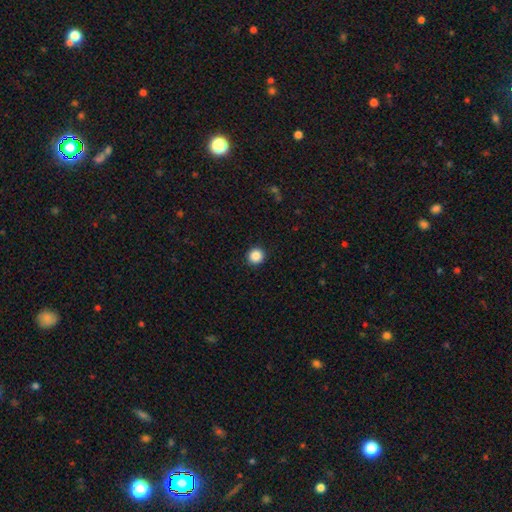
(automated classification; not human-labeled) Smooth or featured: smooth — 88% (star or artifact — 10%)
How rounded: round — 95% (in between — 4%)
Merging: none — 93% (minor disturbance — 5%)